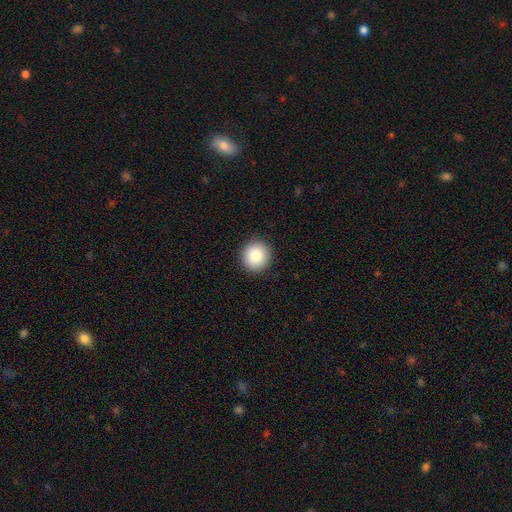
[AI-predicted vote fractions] Smooth or featured? Predicted: smooth (p=0.86). How rounded? Predicted: round (p=0.94). Merging? Predicted: none (p=0.92).